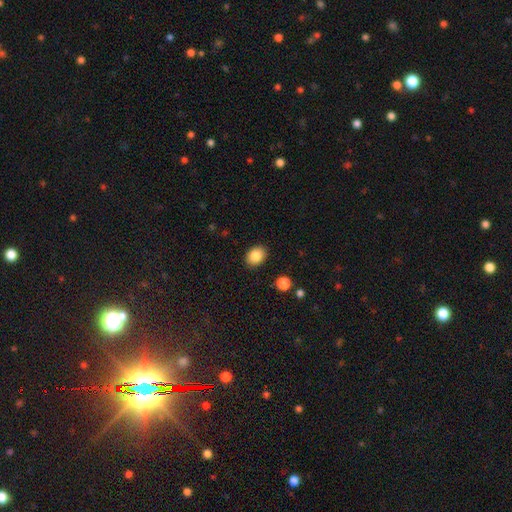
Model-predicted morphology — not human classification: This is clearly a smooth galaxy (87%). How rounded: likely in between (61%). Merging: clearly none (88%).